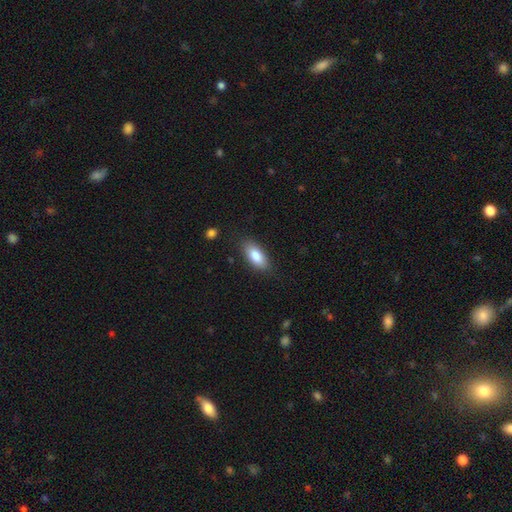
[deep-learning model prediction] Smooth or featured? smooth (85%)
How rounded? in between (84%)
Merging? none (83%)